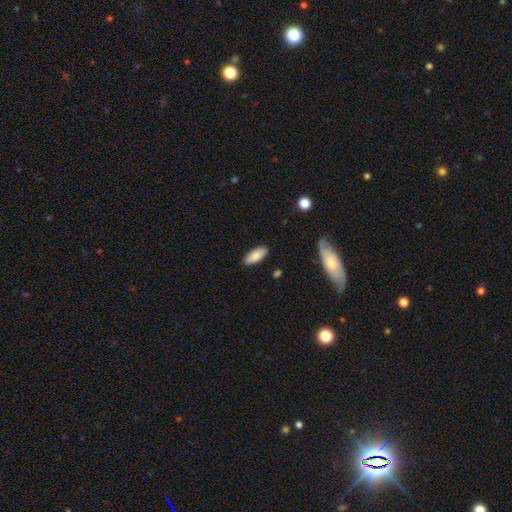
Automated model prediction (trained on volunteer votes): smooth-or-featured: smooth: 86% | featured or disk: 8% | star or artifact: 6%
  how-rounded: in between: 79% | cigar-shaped: 19% | round: 2%
  merging: none: 88% | minor disturbance: 9% | major disturbance: 2% | merger: 1%